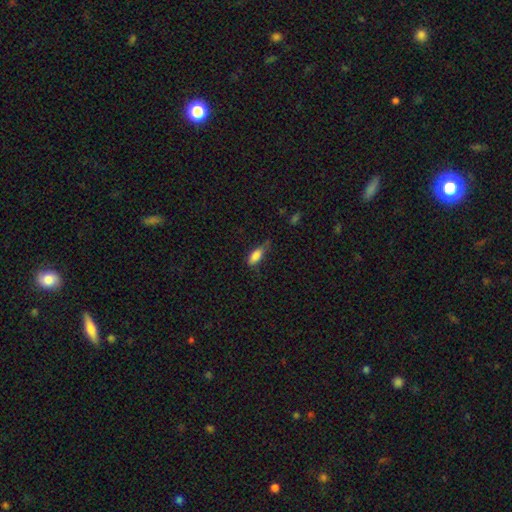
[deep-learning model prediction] A smooth galaxy with no disk features (83%) that is in between round and cigar-shaped (78%). Merging: none (50%).